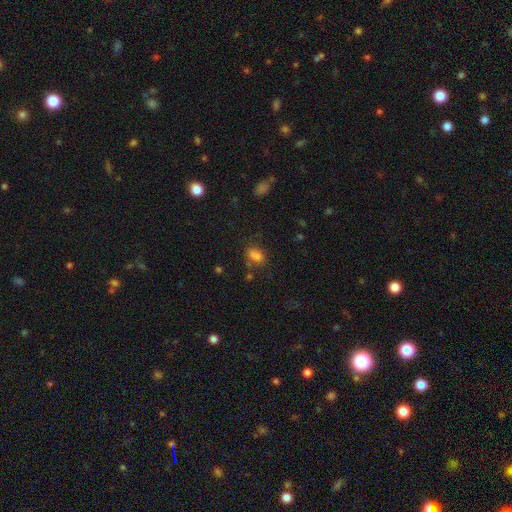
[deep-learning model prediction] A smooth galaxy with no disk features (75%) that is in between round and cigar-shaped (74%).

Vote fractions:
- Smooth or featured? smooth: 75% / star or artifact: 16% / featured or disk: 9%
- How rounded? in between: 74% / round: 23% / cigar-shaped: 3%
- Merging? none: 58% / minor disturbance: 20% / merger: 13% / major disturbance: 9%